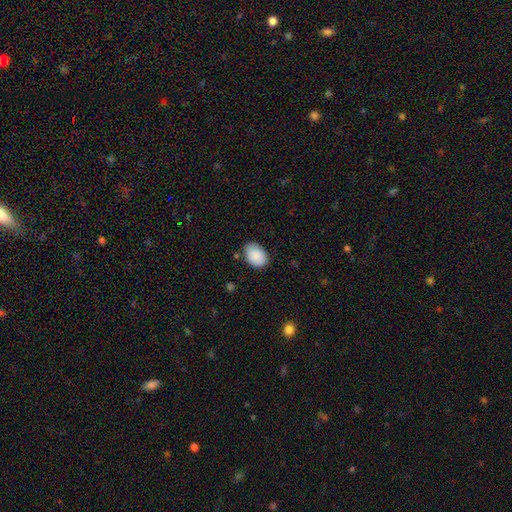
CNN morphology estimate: Smooth or featured? Predicted: smooth (p=0.88). How rounded? Predicted: in between (p=0.82). Merging? Predicted: none (p=0.72).